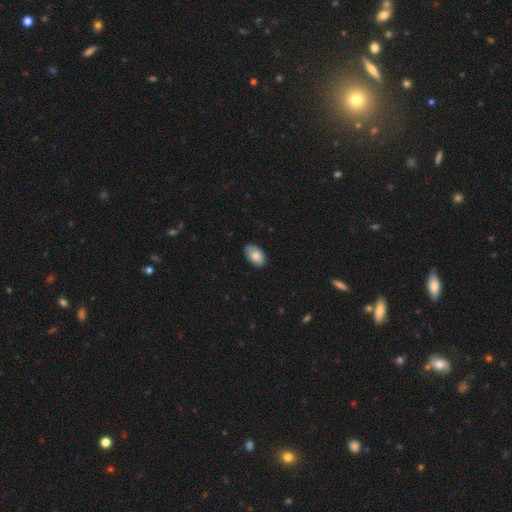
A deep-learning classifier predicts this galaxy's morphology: Overall: smooth (82%). How rounded: in between (94%). Merging: none (84%).